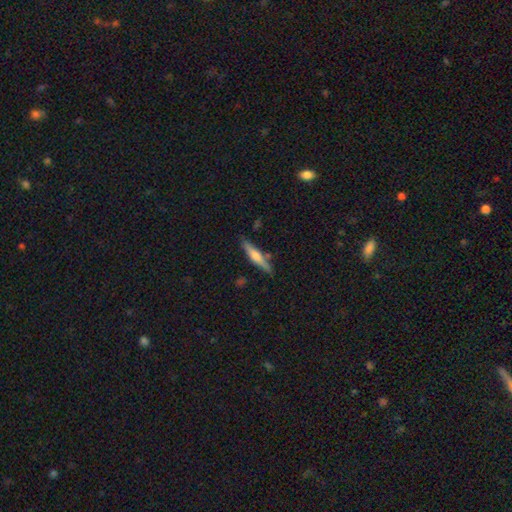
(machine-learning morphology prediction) Overall: featured or disk (49%; smooth 45%). Merging: none (84%).